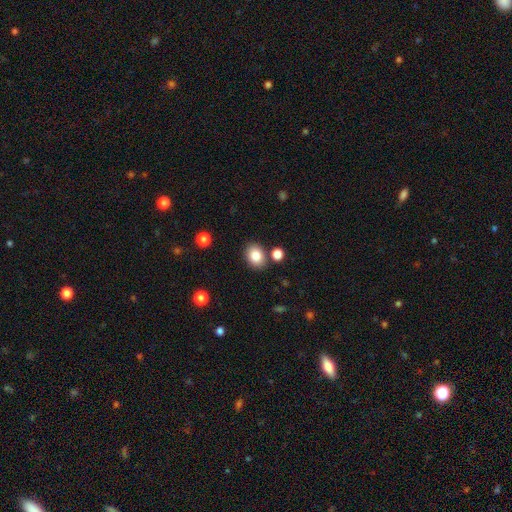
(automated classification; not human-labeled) Q: Smooth or featured?
A: smooth (84%); runner-up: star or artifact (9%)
Q: How rounded?
A: in between (57%); runner-up: round (42%)
Q: Merging?
A: none (81%); runner-up: minor disturbance (9%)